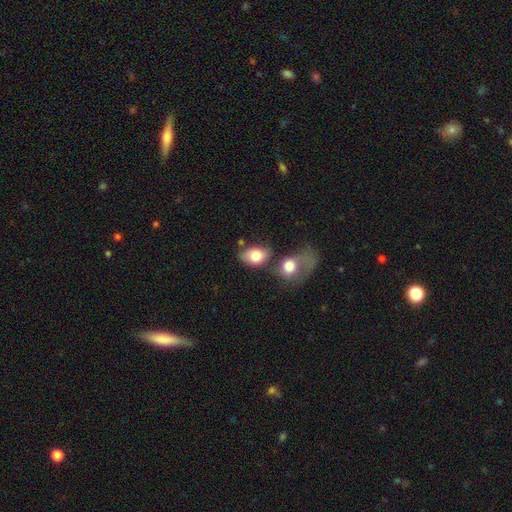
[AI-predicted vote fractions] Smooth or featured?
  - smooth: 79% *
  - featured or disk: 15%
  - star or artifact: 7%
How rounded?
  - in between: 78% *
  - round: 21%
  - cigar-shaped: 1%
Merging?
  - none: 38% *
  - merger: 37%
  - minor disturbance: 14%
  - major disturbance: 11%